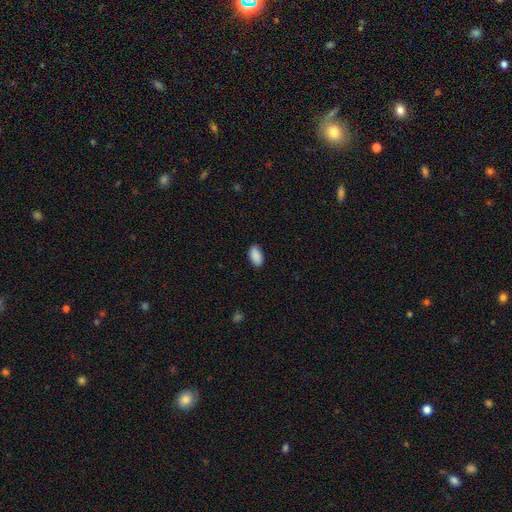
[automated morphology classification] smooth 90%, star or artifact 7%, featured or disk 3%. Down the decision tree: how rounded — in between (94%); merging — none (88%).